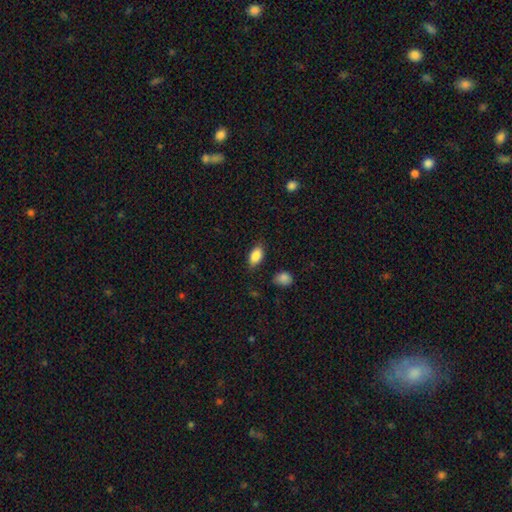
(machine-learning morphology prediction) type=smooth (87%); roundness=in between (91%); merging=none (82%).